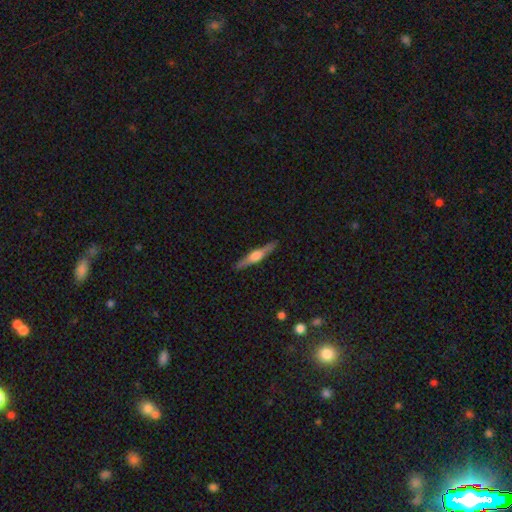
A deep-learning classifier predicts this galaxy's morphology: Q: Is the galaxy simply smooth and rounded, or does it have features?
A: featured or disk — 69%.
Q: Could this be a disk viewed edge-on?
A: yes — 97%.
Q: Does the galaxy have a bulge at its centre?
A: rounded — 89%.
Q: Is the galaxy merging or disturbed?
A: none — 91%.